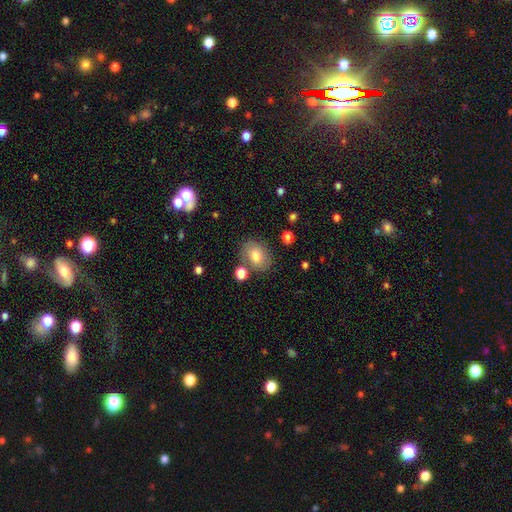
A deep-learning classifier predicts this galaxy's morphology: This is likely a smooth galaxy (76%). How rounded: likely in between (61%). Merging: likely none (72%).